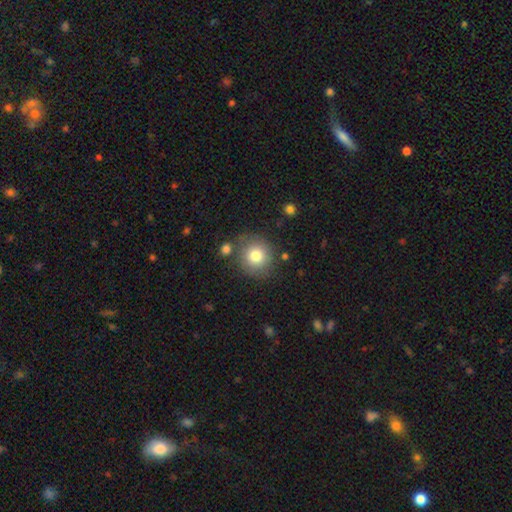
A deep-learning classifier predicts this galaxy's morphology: Q: Smooth or featured?
A: smooth (80%); runner-up: featured or disk (10%)
Q: How rounded?
A: round (92%); runner-up: in between (7%)
Q: Merging?
A: none (78%); runner-up: minor disturbance (11%)